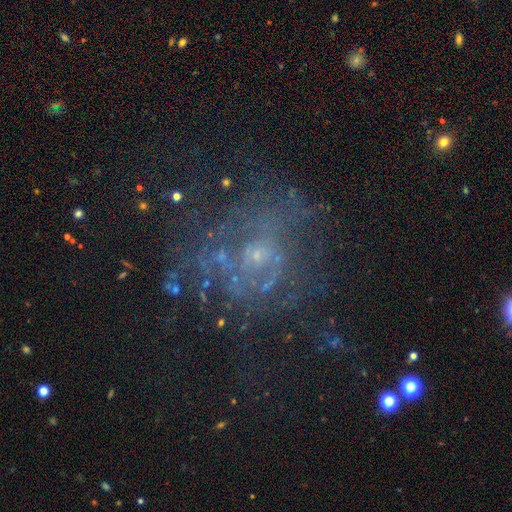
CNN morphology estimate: This is possibly a featured or disk galaxy (60%). It is clearly not viewed edge-on (97%). Bar: clearly no (83%). Spiral arm pattern: possibly no (56%). Central bulge: likely small (61%). Merging: possibly none (58%).